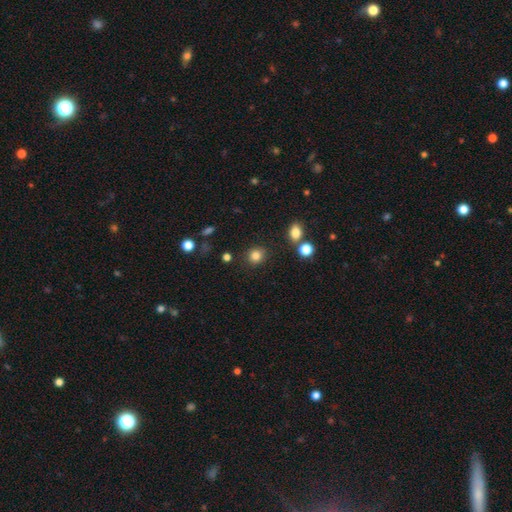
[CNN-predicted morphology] type=smooth (84%); roundness=round (85%); merging=none (86%).